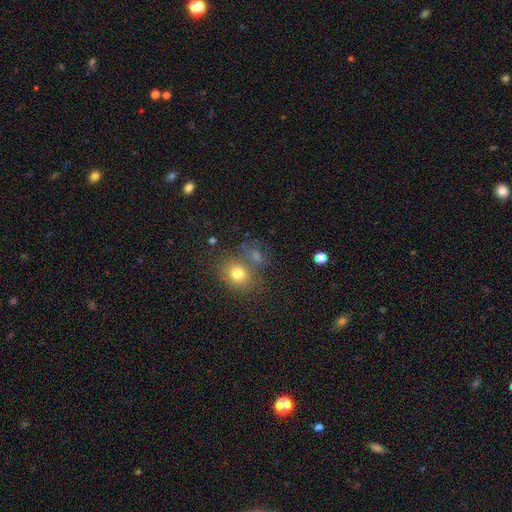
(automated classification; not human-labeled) Smooth or featured?
  - smooth: 68% *
  - star or artifact: 19%
  - featured or disk: 13%
How rounded?
  - round: 63% *
  - in between: 36%
  - cigar-shaped: 2%
Merging?
  - none: 61% *
  - merger: 22%
  - minor disturbance: 12%
  - major disturbance: 6%